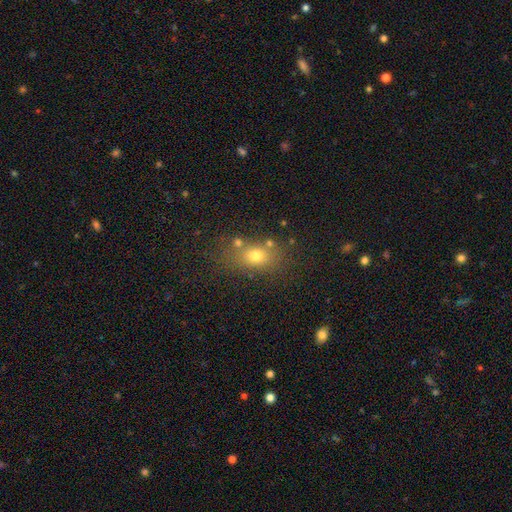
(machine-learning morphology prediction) Q: Smooth or featured?
A: smooth (69%); runner-up: star or artifact (18%)
Q: How rounded?
A: in between (64%); runner-up: round (33%)
Q: Merging?
A: none (72%); runner-up: minor disturbance (14%)